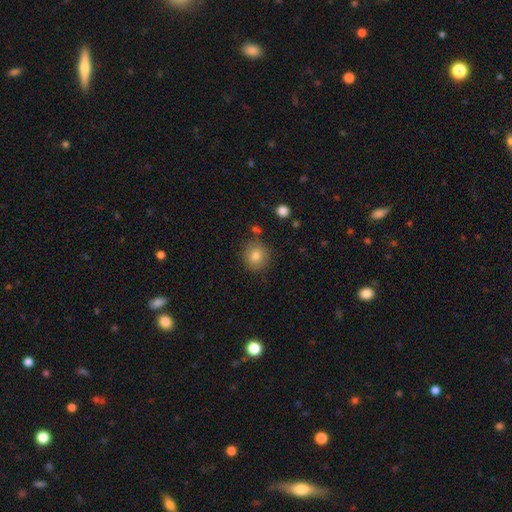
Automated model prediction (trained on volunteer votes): smooth 80%, star or artifact 12%, featured or disk 9%. Down the decision tree: how rounded — round (88%); merging — none (84%).